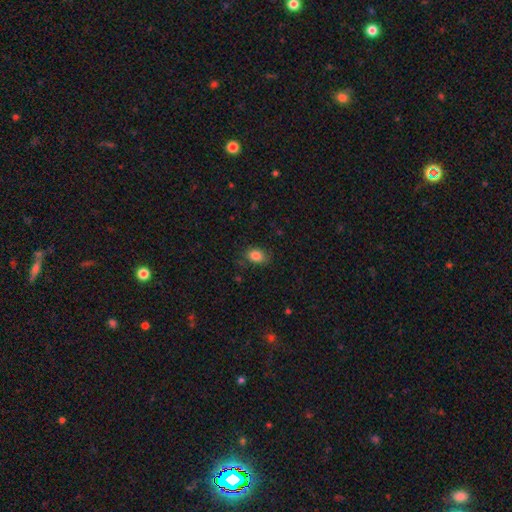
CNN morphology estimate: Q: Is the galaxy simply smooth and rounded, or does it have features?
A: smooth — 85%.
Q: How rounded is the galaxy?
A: in between — 77%.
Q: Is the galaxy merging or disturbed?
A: none — 80%.